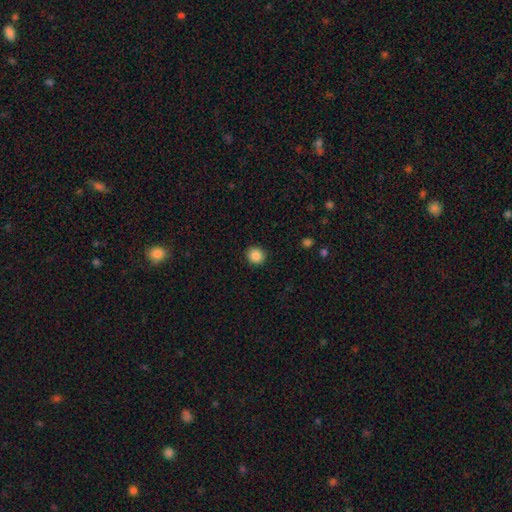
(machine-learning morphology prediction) smooth_or_featured: smooth (p=0.86) [alt: star or artifact p=0.10]
how_rounded: round (p=0.88) [alt: in between p=0.11]
merging: none (p=0.91) [alt: minor disturbance p=0.07]